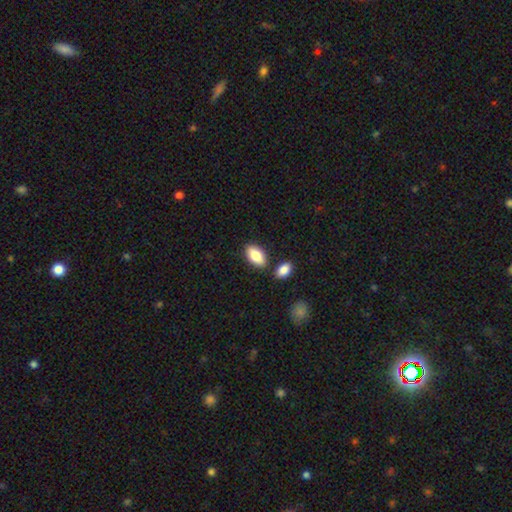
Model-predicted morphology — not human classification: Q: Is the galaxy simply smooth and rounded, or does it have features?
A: smooth — 84%.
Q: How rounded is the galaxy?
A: in between — 93%.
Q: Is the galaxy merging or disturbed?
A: none — 79%.